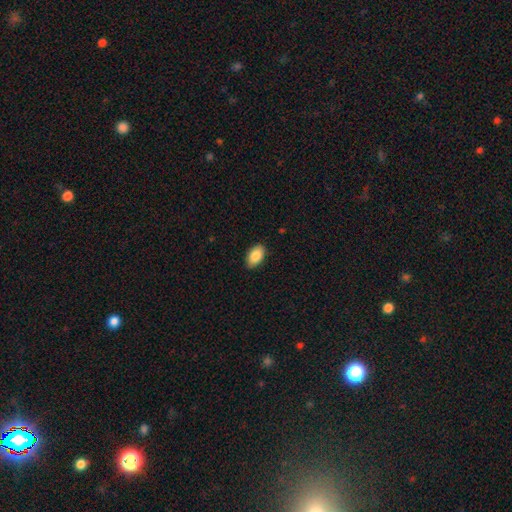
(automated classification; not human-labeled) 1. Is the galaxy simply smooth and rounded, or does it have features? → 87% smooth, 7% star or artifact, 6% featured or disk.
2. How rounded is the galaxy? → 93% in between, 5% round, 2% cigar-shaped.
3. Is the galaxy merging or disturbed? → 87% none, 10% minor disturbance, 2% major disturbance, 1% merger.